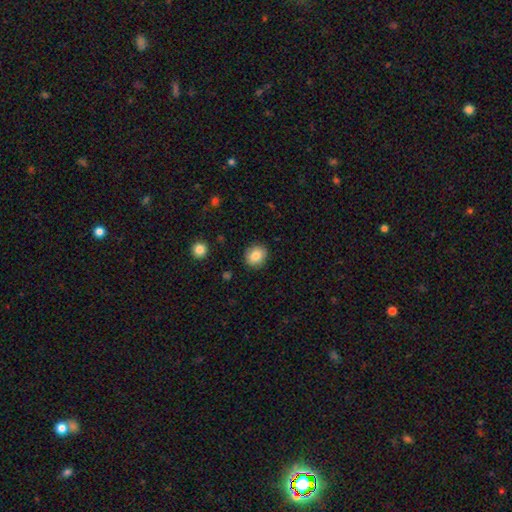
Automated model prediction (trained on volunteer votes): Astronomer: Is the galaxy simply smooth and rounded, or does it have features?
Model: smooth — 83%.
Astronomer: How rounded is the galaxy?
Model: round — 73%.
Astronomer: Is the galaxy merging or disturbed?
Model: none — 88%.